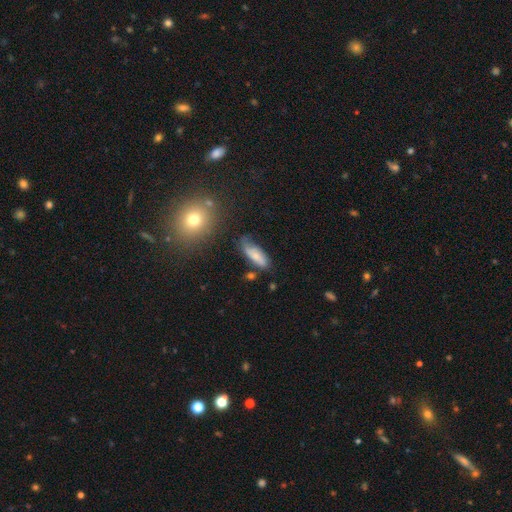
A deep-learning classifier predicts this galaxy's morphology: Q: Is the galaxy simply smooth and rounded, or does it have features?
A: smooth — 67%.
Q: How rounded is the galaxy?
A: in between — 63%.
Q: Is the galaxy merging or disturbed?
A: none — 48%.